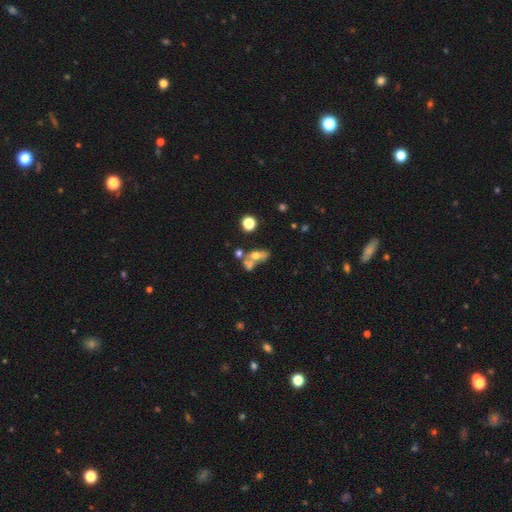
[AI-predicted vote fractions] smooth 50%, featured or disk 34%, star or artifact 16%. Down the decision tree: merging — merger (48%).